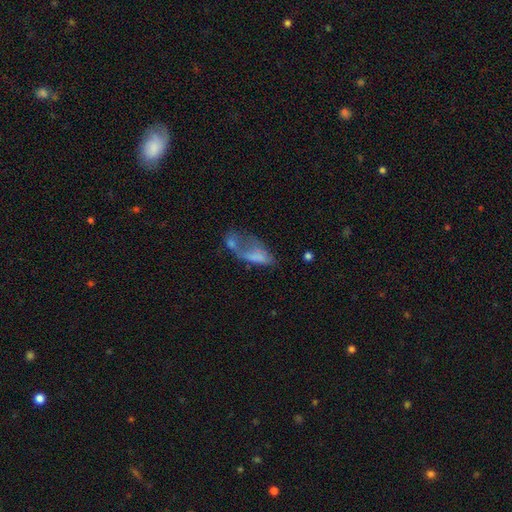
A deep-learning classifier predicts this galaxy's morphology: Q: Smooth or featured?
A: smooth (55%); runner-up: featured or disk (34%)
Q: How rounded?
A: in between (81%); runner-up: cigar-shaped (15%)
Q: Merging?
A: major disturbance (36%); tied with: merger (36%)